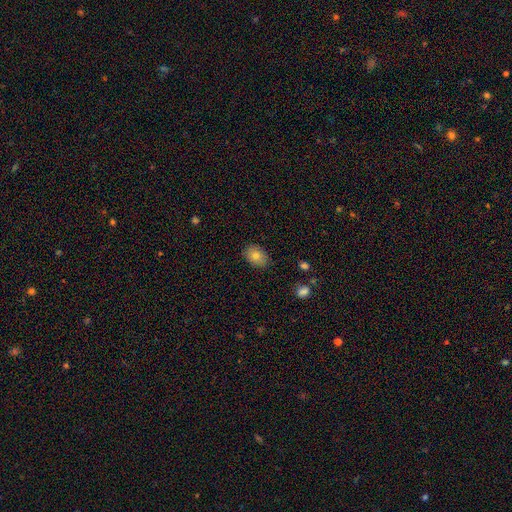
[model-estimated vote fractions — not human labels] Smooth or featured: smooth — 79% (featured or disk — 12%)
How rounded: in between — 79% (round — 20%)
Merging: none — 85% (minor disturbance — 12%)